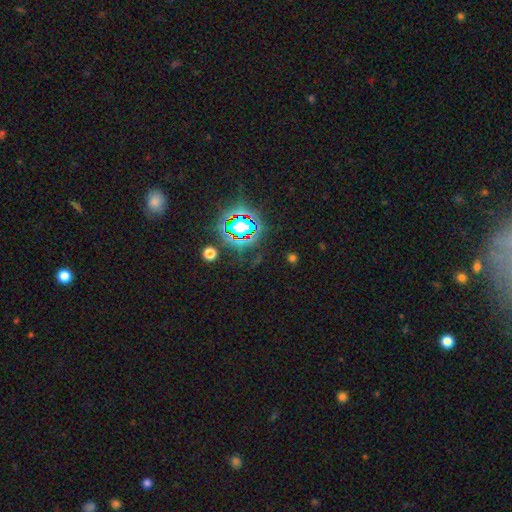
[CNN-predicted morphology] Smooth or featured: star or artifact — 79% (smooth — 13%)